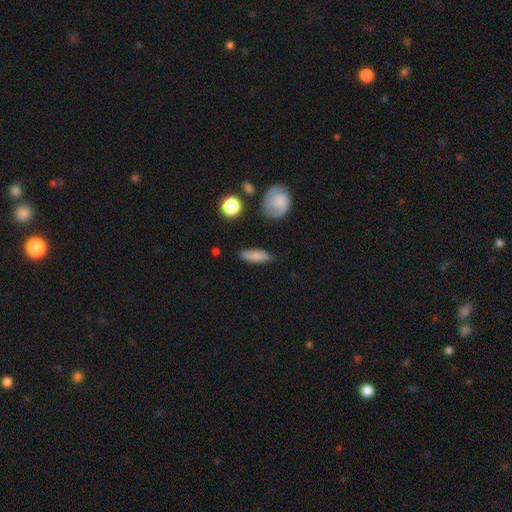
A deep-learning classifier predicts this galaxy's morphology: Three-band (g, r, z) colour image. It shows a smooth galaxy with no disk features (79%) that is in between round and cigar-shaped (48%, tied with cigar-shaped). Merging: none (81%).